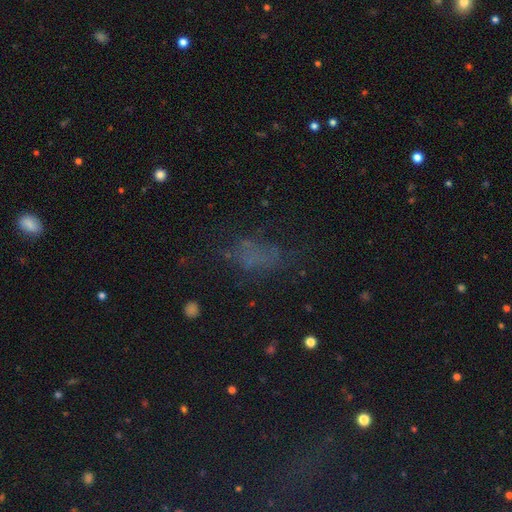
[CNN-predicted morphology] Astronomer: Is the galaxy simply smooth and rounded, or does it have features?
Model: smooth — 47% (runner-up: star or artifact, 36%).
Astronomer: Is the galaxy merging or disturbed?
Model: none — 53%.